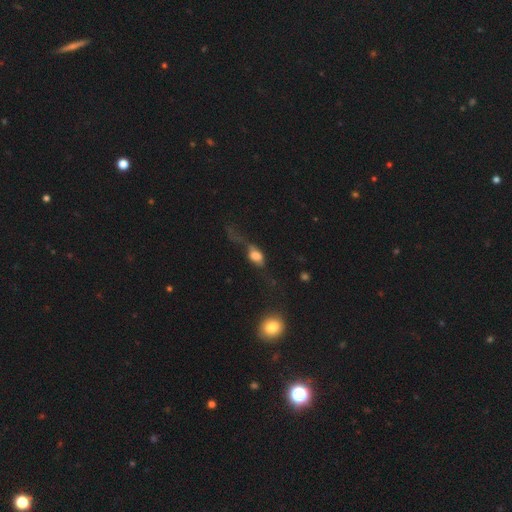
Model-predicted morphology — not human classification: Smooth or featured?
  - smooth: 52% *
  - featured or disk: 37%
  - star or artifact: 11%
How rounded?
  - in between: 69% *
  - round: 20%
  - cigar-shaped: 12%
Merging?
  - major disturbance: 52% *
  - none: 23%
  - minor disturbance: 17%
  - merger: 8%